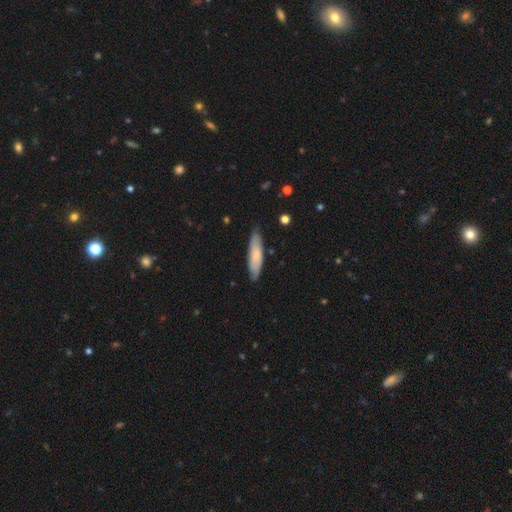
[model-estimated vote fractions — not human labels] Q: Smooth or featured?
A: smooth (69%); runner-up: featured or disk (25%)
Q: How rounded?
A: cigar-shaped (73%); runner-up: in between (25%)
Q: Merging?
A: none (82%); runner-up: minor disturbance (14%)